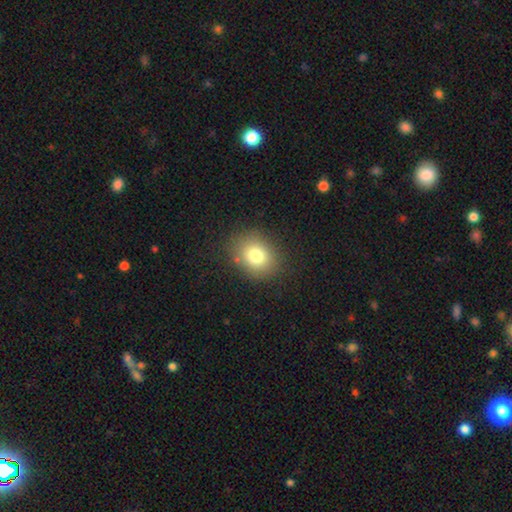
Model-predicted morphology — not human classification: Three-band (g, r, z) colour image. It shows a smooth galaxy with no disk features (78%) that is round (60%). Merging: none (85%).